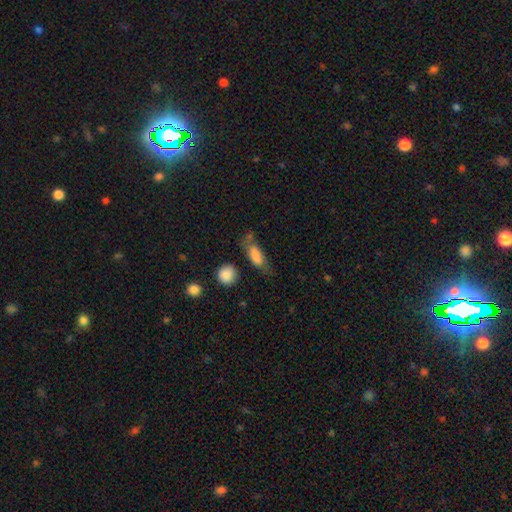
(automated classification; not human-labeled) Morphology: type=smooth (79%); roundness=in between (70%); merging=none (53%).